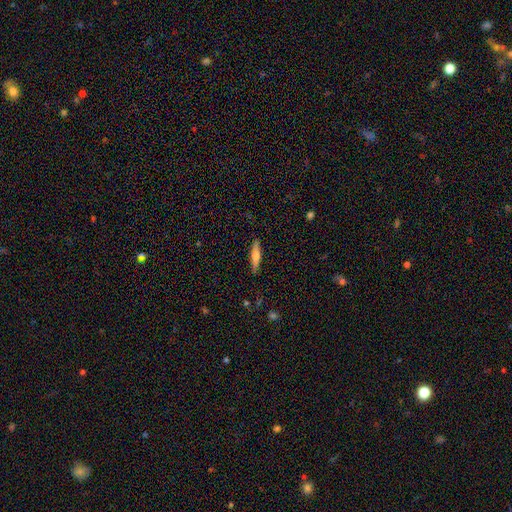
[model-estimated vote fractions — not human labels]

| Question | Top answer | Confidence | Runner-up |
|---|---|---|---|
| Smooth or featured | smooth | 51% | featured or disk (43%) |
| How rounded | cigar-shaped | 83% | in between (16%) |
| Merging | none | 88% | minor disturbance (9%) |